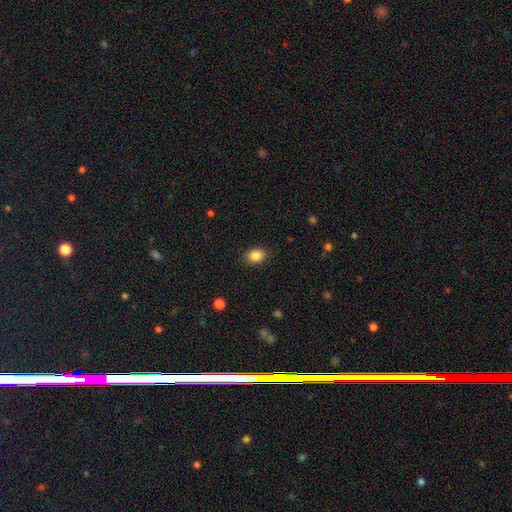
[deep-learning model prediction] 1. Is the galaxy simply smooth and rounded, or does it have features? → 87% smooth, 9% star or artifact, 4% featured or disk.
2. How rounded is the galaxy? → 67% in between, 32% round, 1% cigar-shaped.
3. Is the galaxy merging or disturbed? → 87% none, 10% minor disturbance, 2% major disturbance, 1% merger.